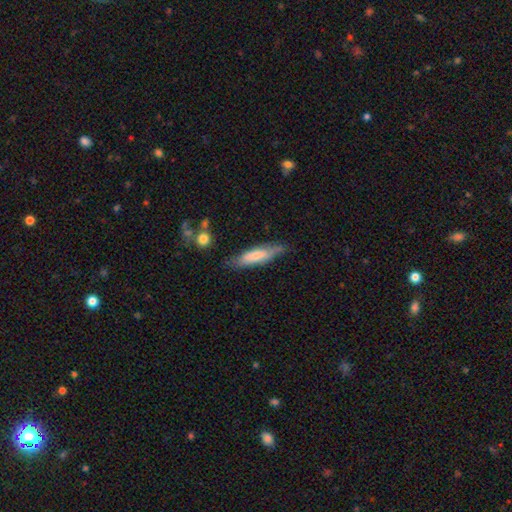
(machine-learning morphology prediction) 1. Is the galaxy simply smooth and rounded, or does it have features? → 67% smooth, 28% featured or disk, 6% star or artifact.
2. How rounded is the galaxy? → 66% cigar-shaped, 32% in between, 2% round.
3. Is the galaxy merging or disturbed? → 69% none, 22% minor disturbance, 6% major disturbance, 3% merger.